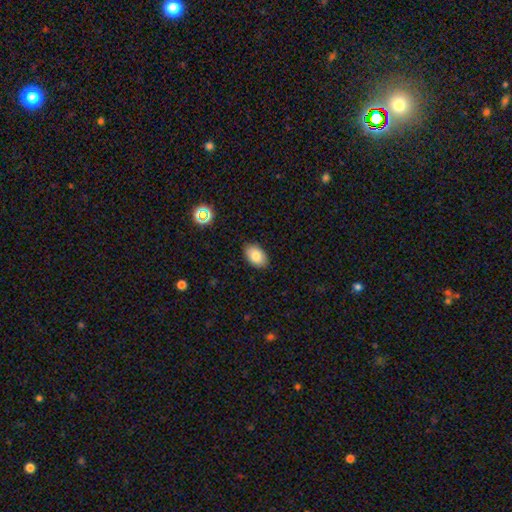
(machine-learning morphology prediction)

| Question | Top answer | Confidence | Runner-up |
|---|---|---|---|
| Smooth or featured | smooth | 84% | star or artifact (8%) |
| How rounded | in between | 90% | round (9%) |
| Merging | none | 87% | minor disturbance (10%) |